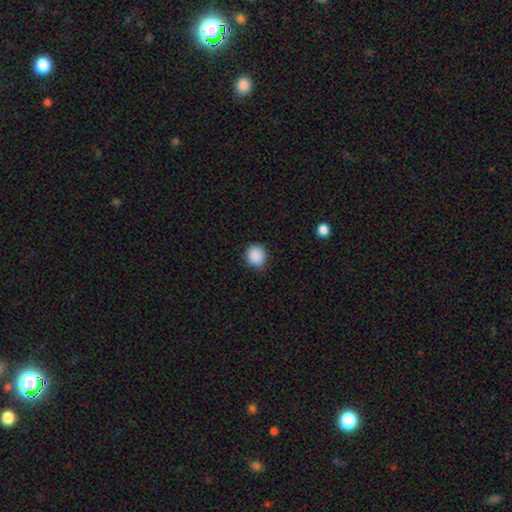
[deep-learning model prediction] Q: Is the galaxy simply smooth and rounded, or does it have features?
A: smooth — 89%.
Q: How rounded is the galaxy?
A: round — 83%.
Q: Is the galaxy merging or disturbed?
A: none — 84%.